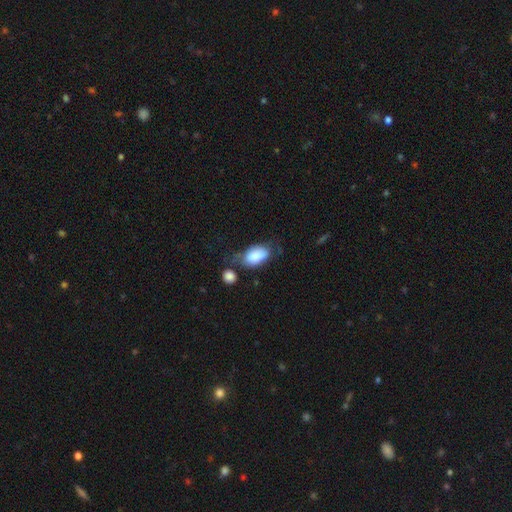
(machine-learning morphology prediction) type=smooth (84%); roundness=in between (92%); merging=none (42%).